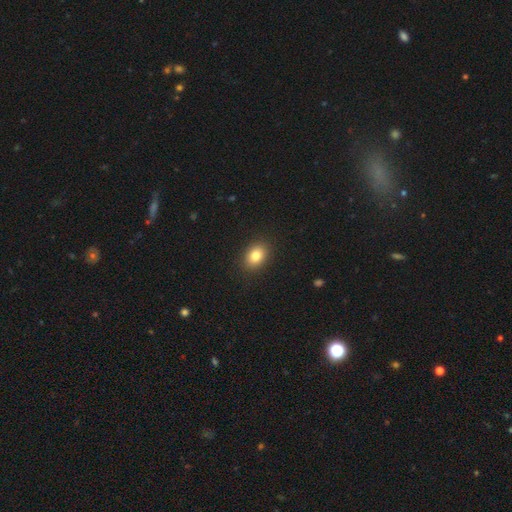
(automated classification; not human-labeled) The model was most divided on "how rounded": in between: 67%, round: 31%, cigar-shaped: 1%. More confident: merging — none (89%); smooth or featured — smooth (82%).